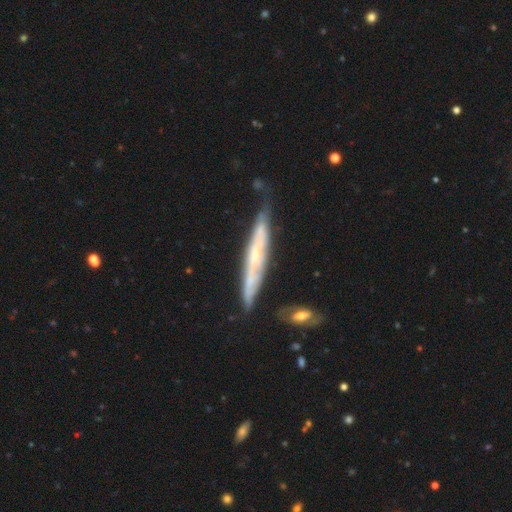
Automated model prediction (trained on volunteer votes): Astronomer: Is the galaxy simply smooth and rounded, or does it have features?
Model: featured or disk — 67%.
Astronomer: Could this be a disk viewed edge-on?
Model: yes — 76%.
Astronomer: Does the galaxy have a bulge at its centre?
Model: none — 56% (runner-up: rounded, 38%).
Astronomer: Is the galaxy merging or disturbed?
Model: none — 64%.